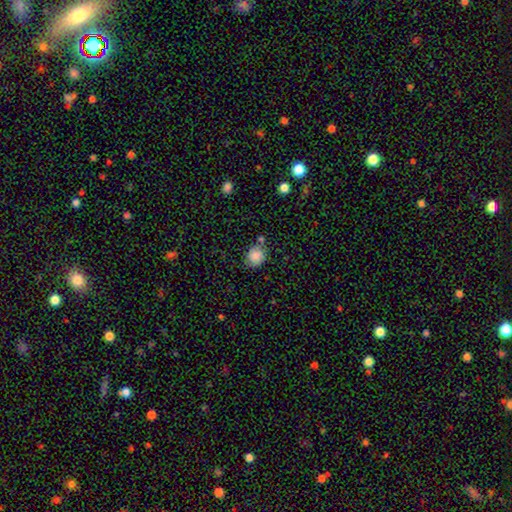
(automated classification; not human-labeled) Smooth or featured? smooth (78%)
How rounded? round (69%)
Merging? none (65%)